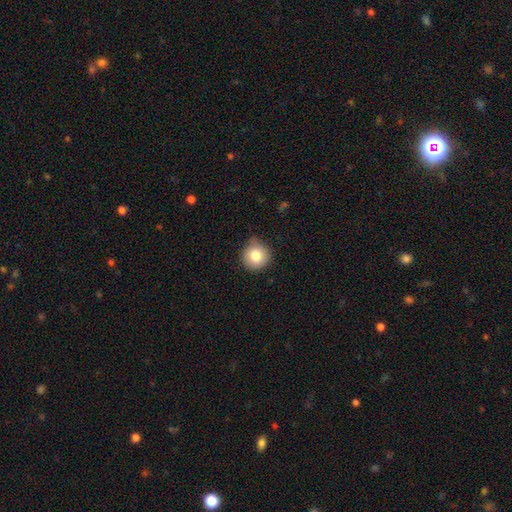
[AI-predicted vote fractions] Morphology: type=smooth (82%); roundness=round (94%); merging=none (77%).